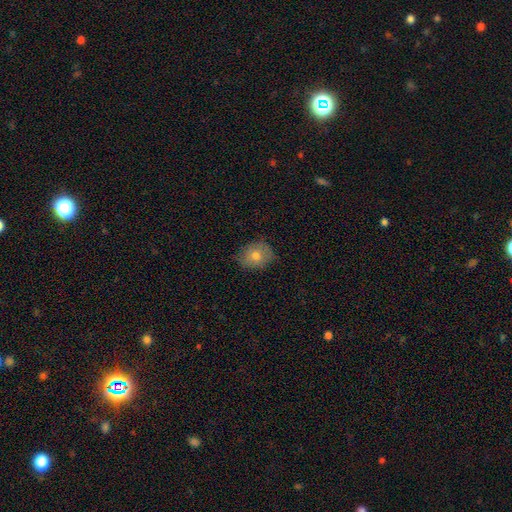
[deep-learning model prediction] smooth-or-featured: smooth: 73% | featured or disk: 18% | star or artifact: 10%
  how-rounded: round: 50% | in between: 49% | cigar-shaped: 1%
  merging: none: 77% | minor disturbance: 19% | major disturbance: 4% | merger: 1%